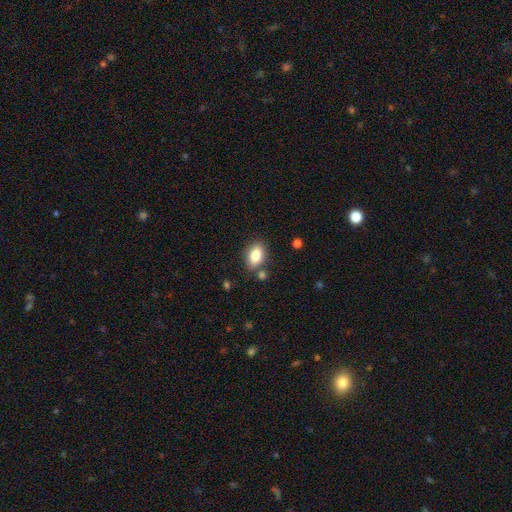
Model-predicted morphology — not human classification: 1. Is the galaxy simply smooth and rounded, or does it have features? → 83% smooth, 9% featured or disk, 8% star or artifact.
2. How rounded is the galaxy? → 87% in between, 10% round, 2% cigar-shaped.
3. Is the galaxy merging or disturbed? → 76% none, 12% minor disturbance, 8% merger, 3% major disturbance.